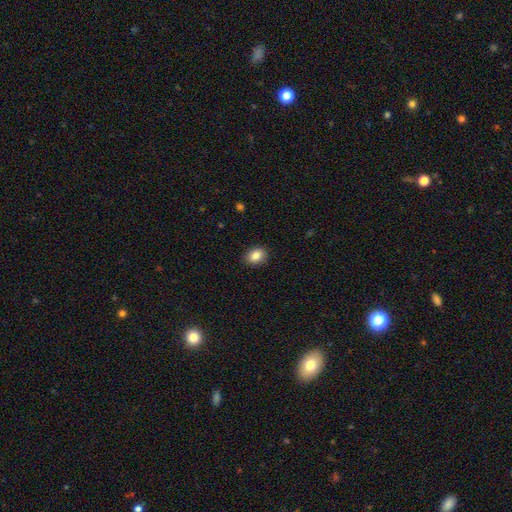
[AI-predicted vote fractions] A smooth galaxy with no disk features (85%) that is in between round and cigar-shaped (60%). Merging: none (89%).